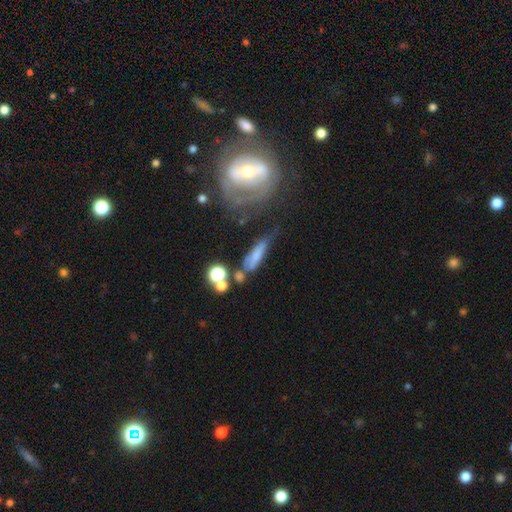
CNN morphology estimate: Smooth or featured: smooth — 51% (featured or disk — 37%)
How rounded: cigar-shaped — 60% (in between — 32%)
Merging: none — 38% (minor disturbance — 25%)